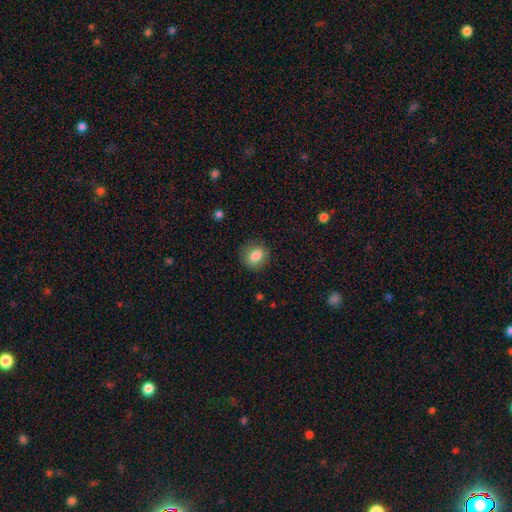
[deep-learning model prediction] A smooth galaxy with no disk features (83%) that is round (61%). Merging: none (84%).